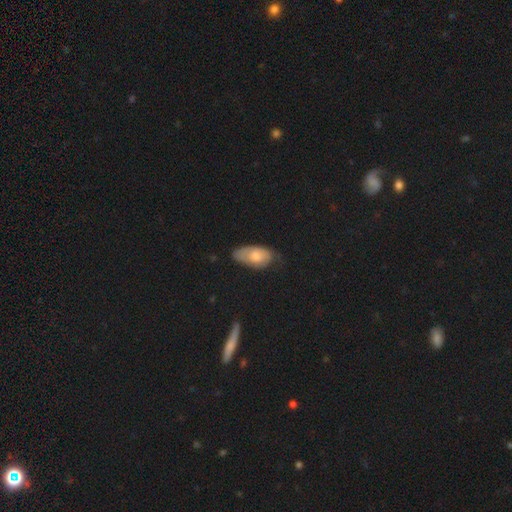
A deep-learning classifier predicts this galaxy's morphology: A smooth galaxy with no disk features (66%) that is in between round and cigar-shaped (92%). Merging: none (48%).